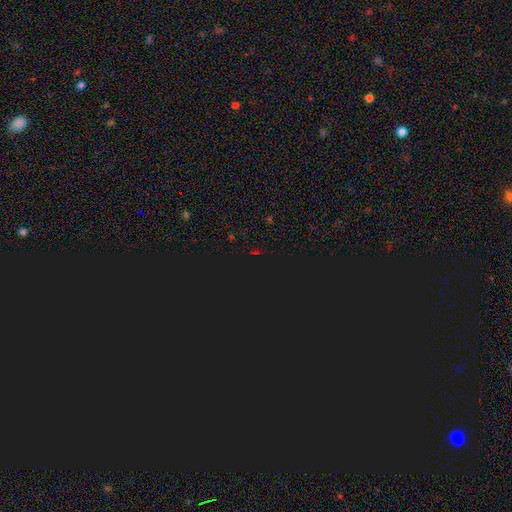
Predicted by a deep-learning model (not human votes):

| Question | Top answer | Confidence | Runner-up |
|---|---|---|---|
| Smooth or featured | star or artifact | 77% | smooth (15%) |